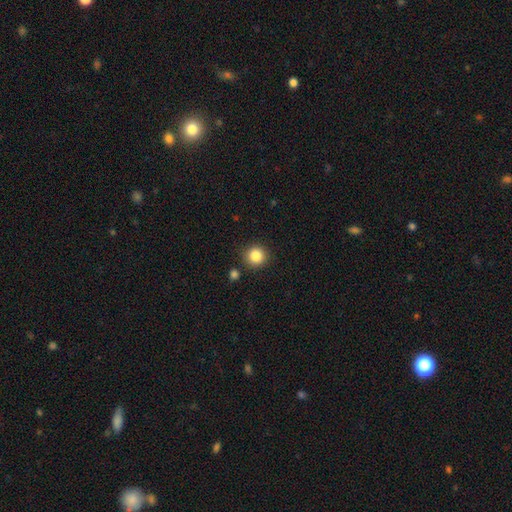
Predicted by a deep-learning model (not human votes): Smooth or featured?
  - smooth: 86% *
  - star or artifact: 10%
  - featured or disk: 4%
How rounded?
  - round: 92% *
  - in between: 7%
  - cigar-shaped: 1%
Merging?
  - none: 86% *
  - minor disturbance: 8%
  - merger: 4%
  - major disturbance: 3%